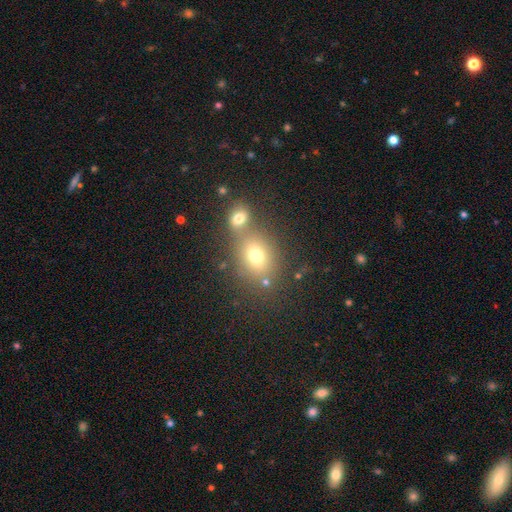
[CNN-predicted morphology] Smooth or featured?
  - smooth: 70% *
  - star or artifact: 16%
  - featured or disk: 14%
How rounded?
  - round: 51% *
  - in between: 48%
  - cigar-shaped: 1%
Merging?
  - none: 51% *
  - merger: 34%
  - minor disturbance: 10%
  - major disturbance: 5%